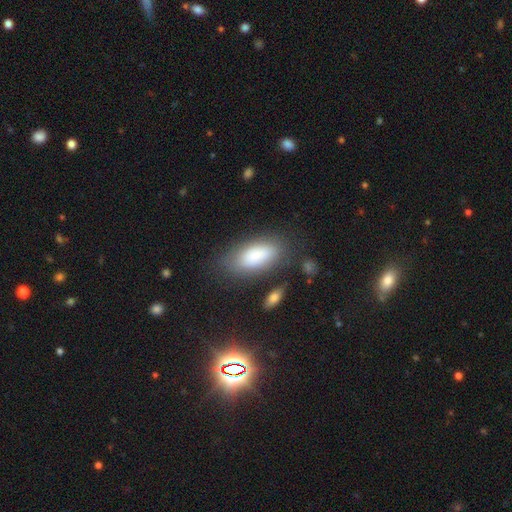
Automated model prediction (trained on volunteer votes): Smooth or featured: smooth — 82% (featured or disk — 11%)
How rounded: in between — 88% (cigar-shaped — 9%)
Merging: none — 72% (minor disturbance — 17%)